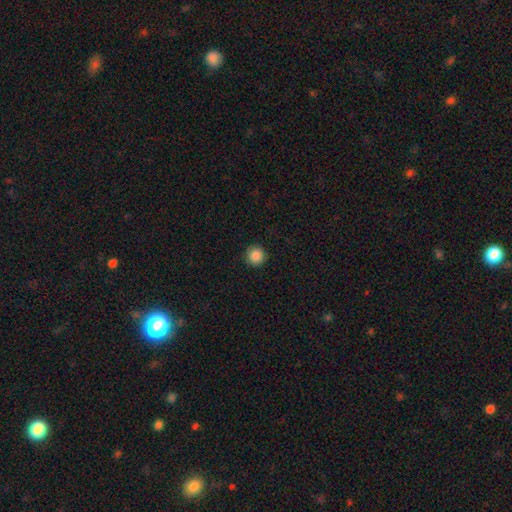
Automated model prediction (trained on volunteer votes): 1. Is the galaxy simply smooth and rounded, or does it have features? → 87% smooth, 9% star or artifact, 3% featured or disk.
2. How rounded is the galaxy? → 95% round, 4% in between, 1% cigar-shaped.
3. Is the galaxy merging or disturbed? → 92% none, 5% minor disturbance, 2% major disturbance, 1% merger.